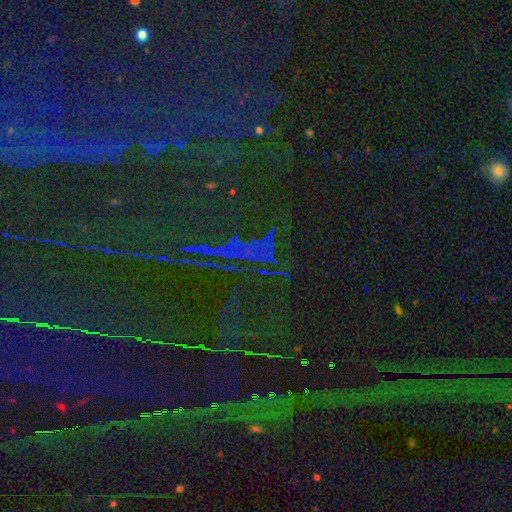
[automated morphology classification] Overall: star or artifact (84%).